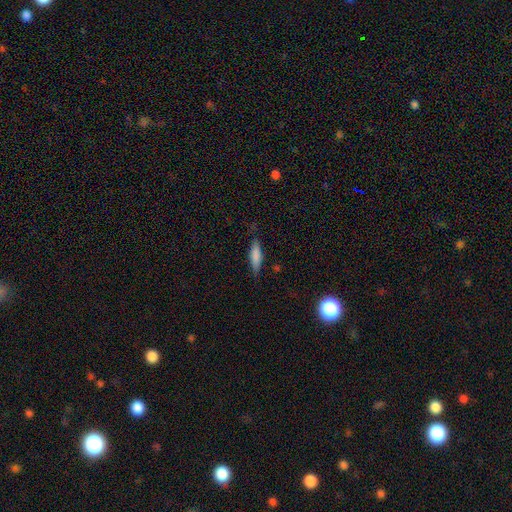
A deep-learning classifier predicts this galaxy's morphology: The model was most divided on "how rounded": cigar-shaped: 64%, in between: 34%, round: 2%. More confident: merging — none (79%); smooth or featured — smooth (78%).